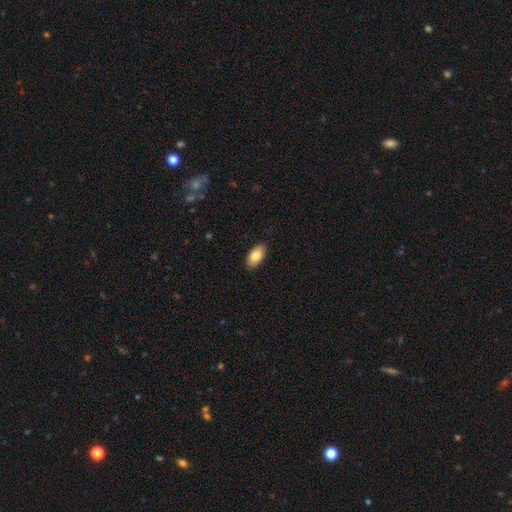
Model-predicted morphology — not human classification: smooth-or-featured: smooth: 83% | featured or disk: 11% | star or artifact: 6%
  how-rounded: in between: 92% | cigar-shaped: 5% | round: 3%
  merging: none: 89% | minor disturbance: 9% | major disturbance: 2% | merger: 1%